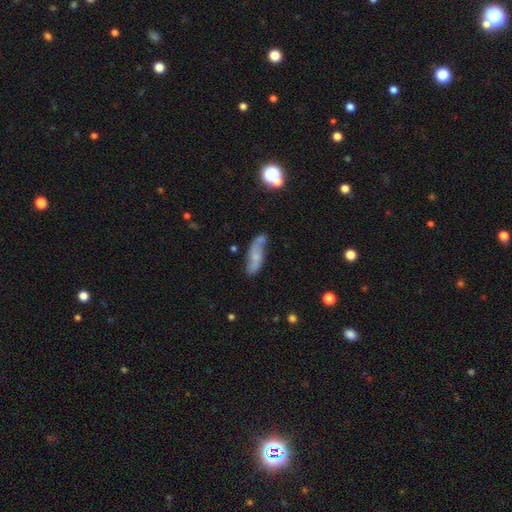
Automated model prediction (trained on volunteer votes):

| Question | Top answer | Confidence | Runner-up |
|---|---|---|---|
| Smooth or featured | featured or disk | 49% | smooth (40%) |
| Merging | none | 60% | minor disturbance (23%) |